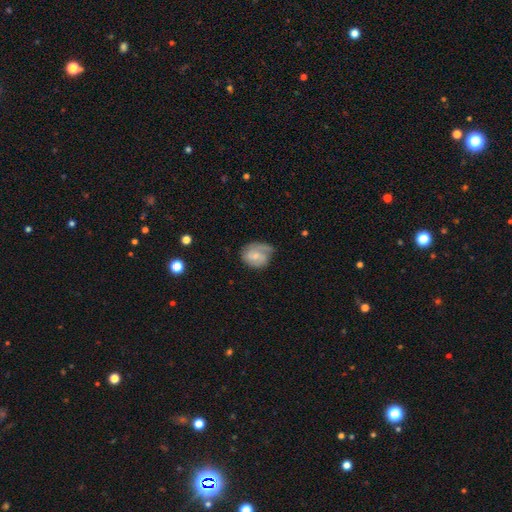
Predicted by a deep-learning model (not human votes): Overall: featured or disk (59%; smooth 35%). Edge-on disk: no (97%). Bar: no (50%; weak 43%). Spiral arms: yes (87%). Bulge size: small (56%; moderate 30%). Merging: none (49%; minor disturbance 32%).